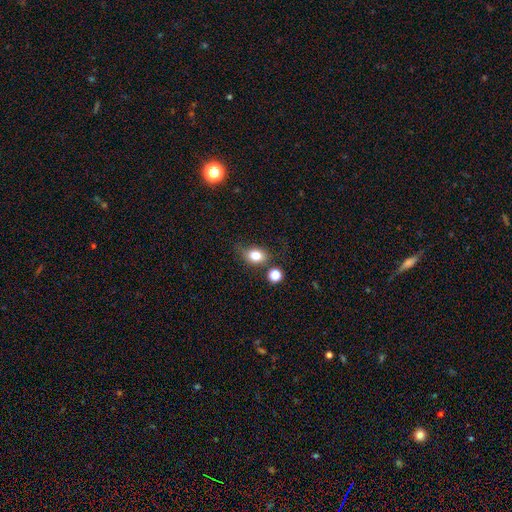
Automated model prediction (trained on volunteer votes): Overall: smooth (80%). How rounded: in between (64%; round 35%). Merging: none (57%; minor disturbance 23%).